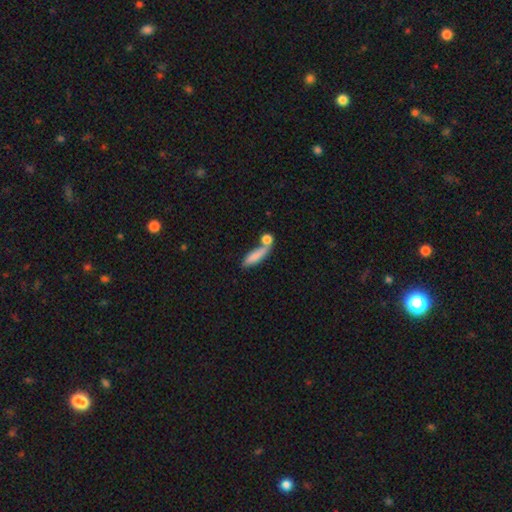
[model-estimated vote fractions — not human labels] Overall: smooth (79%). How rounded: cigar-shaped (60%; in between 36%). Merging: none (45%; merger 35%).